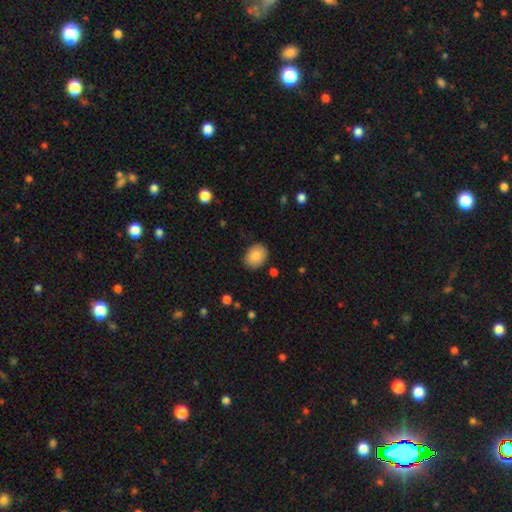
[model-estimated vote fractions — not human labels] smooth_or_featured: smooth (p=0.86) [alt: star or artifact p=0.07]
how_rounded: in between (p=0.63) [alt: round p=0.36]
merging: none (p=0.84) [alt: minor disturbance p=0.12]